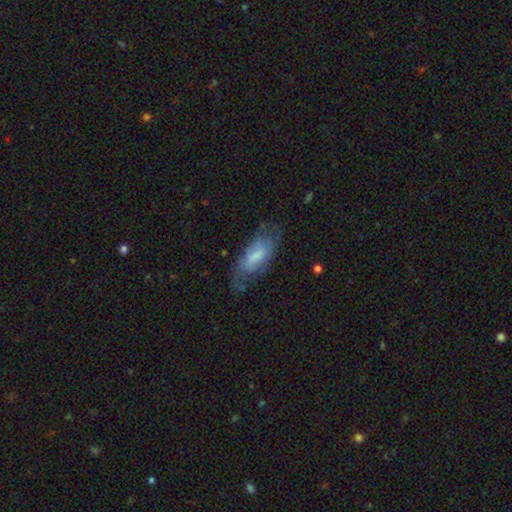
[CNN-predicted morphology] smooth-or-featured: smooth: 51% | featured or disk: 41% | star or artifact: 8%
  how-rounded: in between: 78% | cigar-shaped: 20% | round: 2%
  merging: none: 57% | minor disturbance: 26% | major disturbance: 14% | merger: 2%